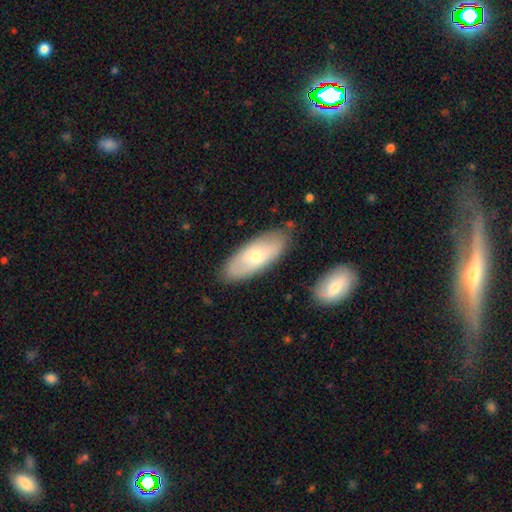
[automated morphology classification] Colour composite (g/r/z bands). It shows a smooth galaxy with no disk features (57%) that is in between round and cigar-shaped (83%). Merging: none (82%).